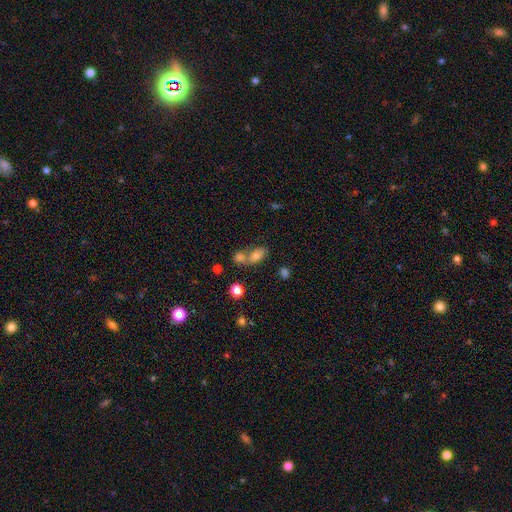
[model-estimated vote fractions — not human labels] Smooth or featured?
  - smooth: 72% *
  - featured or disk: 15%
  - star or artifact: 13%
How rounded?
  - in between: 80% *
  - round: 14%
  - cigar-shaped: 5%
Merging?
  - merger: 47% *
  - none: 38%
  - minor disturbance: 10%
  - major disturbance: 5%